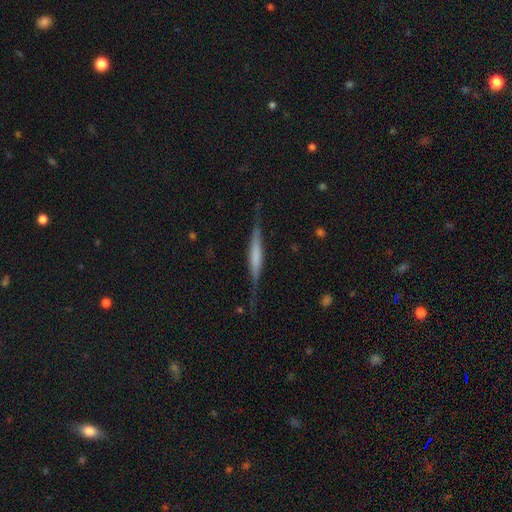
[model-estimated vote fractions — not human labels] Smooth or featured?
  - featured or disk: 63% *
  - smooth: 31%
  - star or artifact: 6%
Edge-on disk?
  - yes: 94% *
  - no: 6%
Edge-on bulge?
  - boxy: 39% *
  - none: 38%
  - rounded: 23%
Merging?
  - none: 76% *
  - minor disturbance: 17%
  - major disturbance: 5%
  - merger: 2%